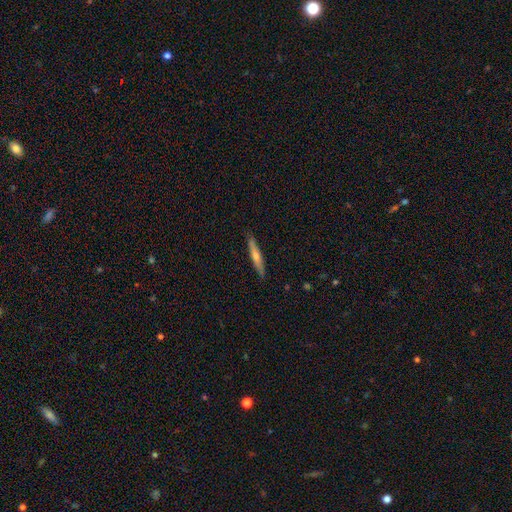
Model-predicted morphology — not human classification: The model was most divided on "smooth or featured": featured or disk: 54%, smooth: 40%, star or artifact: 6%. More confident: edge-on disk — yes (95%); merging — none (89%); edge-on bulge — rounded (77%).